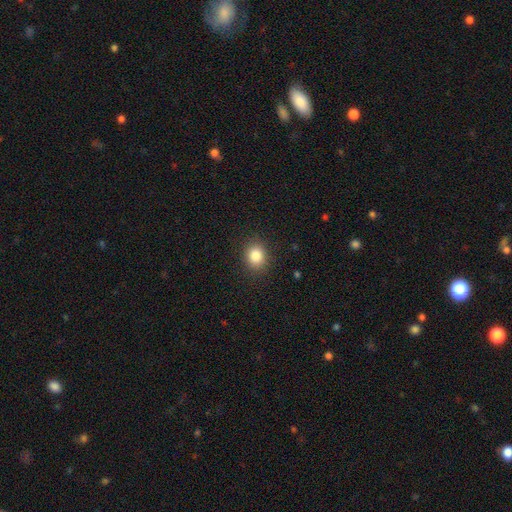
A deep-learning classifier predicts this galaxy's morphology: The model was most divided on "how rounded": round: 62%, in between: 37%, cigar-shaped: 1%. More confident: merging — none (88%); smooth or featured — smooth (84%).